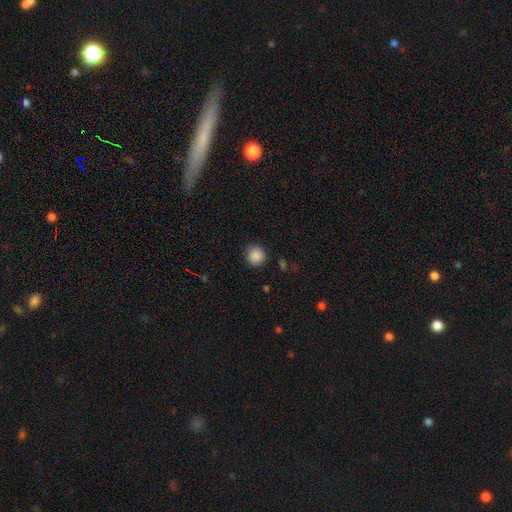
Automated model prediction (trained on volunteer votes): smooth_or_featured: smooth (p=0.88) [alt: star or artifact p=0.09]
how_rounded: round (p=0.90) [alt: in between p=0.09]
merging: none (p=0.85) [alt: minor disturbance p=0.10]